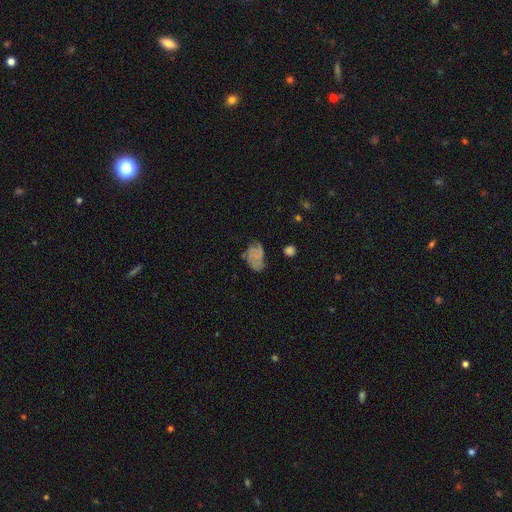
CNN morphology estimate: Q: Smooth or featured?
A: featured or disk (45%); runner-up: smooth (42%)
Q: Merging?
A: none (45%); runner-up: minor disturbance (30%)